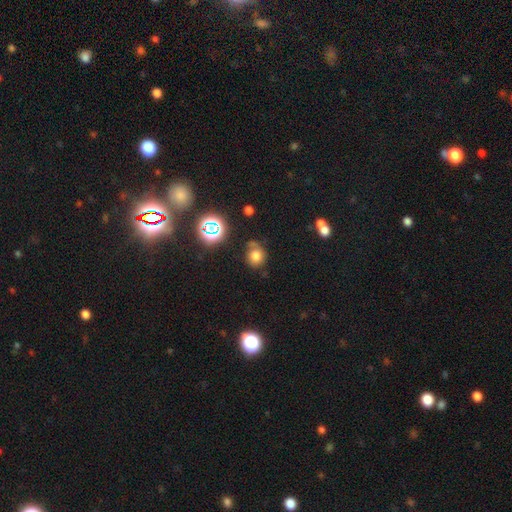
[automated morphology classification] Smooth or featured: smooth — 72% (star or artifact — 18%)
How rounded: round — 71% (in between — 28%)
Merging: none — 61% (minor disturbance — 21%)